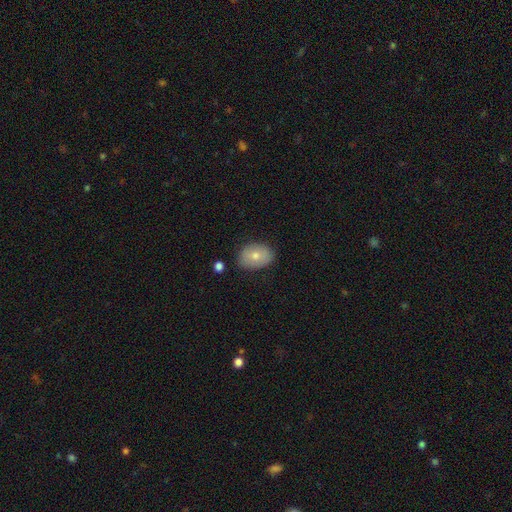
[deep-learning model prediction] A smooth galaxy with no disk features (74%) that is in between round and cigar-shaped (77%). Merging: none (80%).